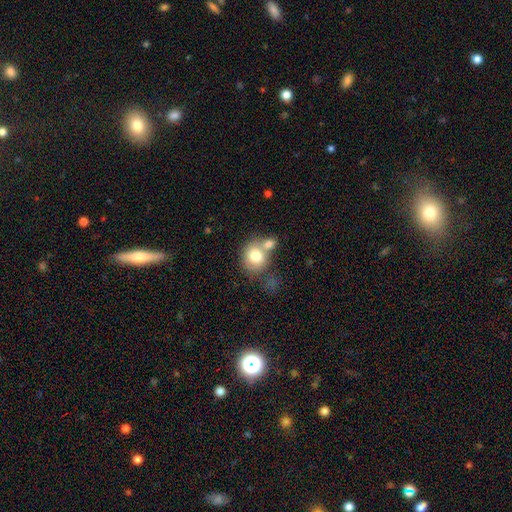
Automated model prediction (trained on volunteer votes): smooth 77%, featured or disk 15%, star or artifact 8%. Down the decision tree: how rounded — round (68%); merging — merger (44%).